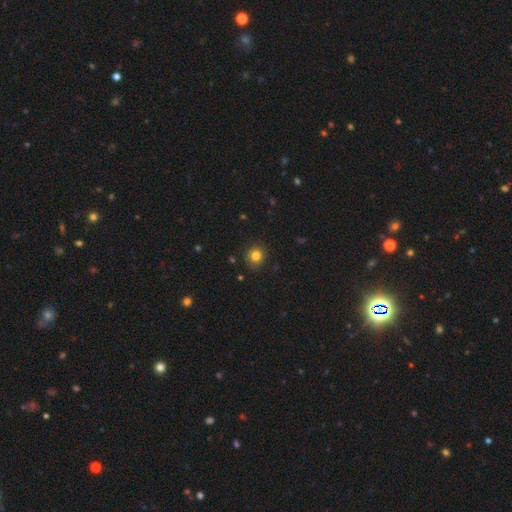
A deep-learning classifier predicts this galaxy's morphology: smooth_or_featured: smooth (p=0.81) [alt: star or artifact p=0.12]
how_rounded: round (p=0.88) [alt: in between p=0.11]
merging: none (p=0.89) [alt: minor disturbance p=0.08]